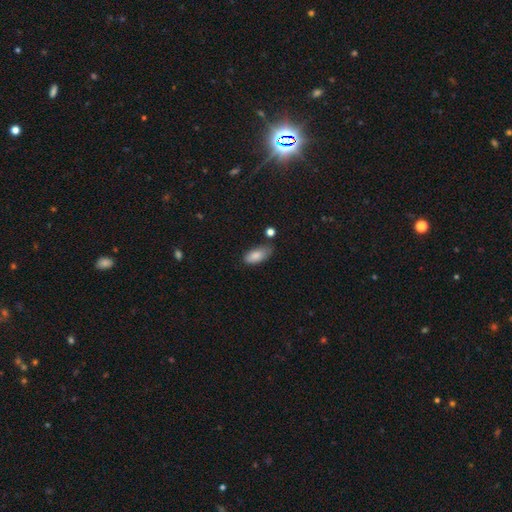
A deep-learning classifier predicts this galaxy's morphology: smooth_or_featured: smooth (p=0.85) [alt: featured or disk p=0.08]
how_rounded: in between (p=0.89) [alt: cigar-shaped p=0.08]
merging: none (p=0.60) [alt: minor disturbance p=0.28]